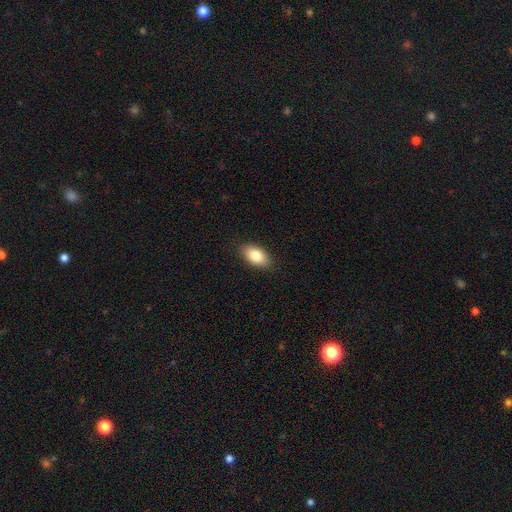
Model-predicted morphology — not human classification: smooth 82%, featured or disk 11%, star or artifact 7%. Down the decision tree: how rounded — in between (92%); merging — none (88%).